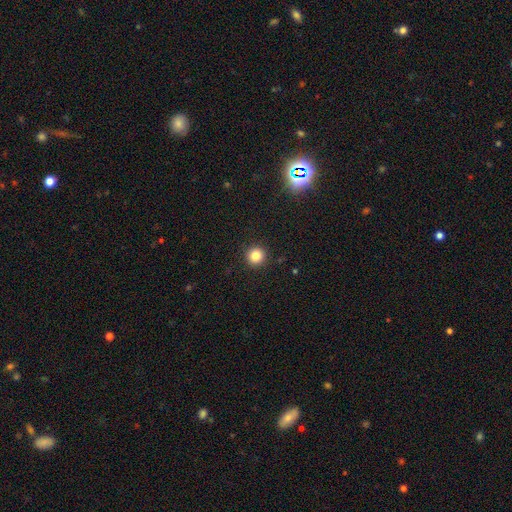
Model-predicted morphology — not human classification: smooth-or-featured: smooth: 83% | star or artifact: 12% | featured or disk: 5%
  how-rounded: round: 95% | in between: 4% | cigar-shaped: 1%
  merging: none: 92% | minor disturbance: 5% | major disturbance: 2% | merger: 1%